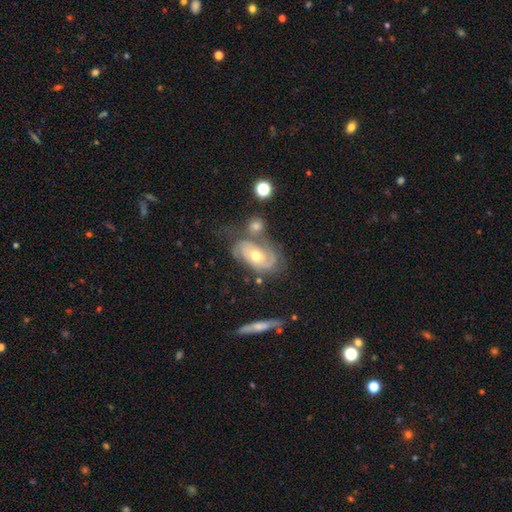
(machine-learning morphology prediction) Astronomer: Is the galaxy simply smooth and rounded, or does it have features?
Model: featured or disk — 80%.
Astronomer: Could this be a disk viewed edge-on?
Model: no — 95%.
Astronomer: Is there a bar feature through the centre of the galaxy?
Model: no — 70%.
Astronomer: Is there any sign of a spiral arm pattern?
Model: yes — 92%.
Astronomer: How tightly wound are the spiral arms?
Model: tight — 57% (runner-up: medium, 34%).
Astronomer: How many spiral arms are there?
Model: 2 — 61%.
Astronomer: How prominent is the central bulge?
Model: moderate — 73%.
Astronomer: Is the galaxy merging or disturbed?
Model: none — 50%.